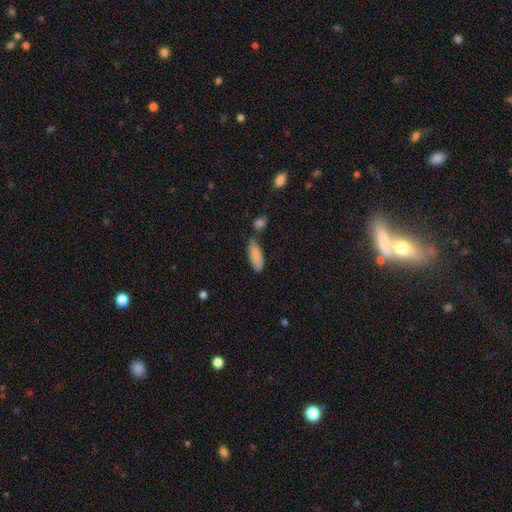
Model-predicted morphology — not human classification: A smooth galaxy with no disk features (84%) that is in between round and cigar-shaped (76%).

Vote fractions:
- Smooth or featured? smooth: 84% / featured or disk: 10% / star or artifact: 6%
- How rounded? in between: 76% / cigar-shaped: 23% / round: 2%
- Merging? none: 55% / minor disturbance: 23% / merger: 16% / major disturbance: 5%